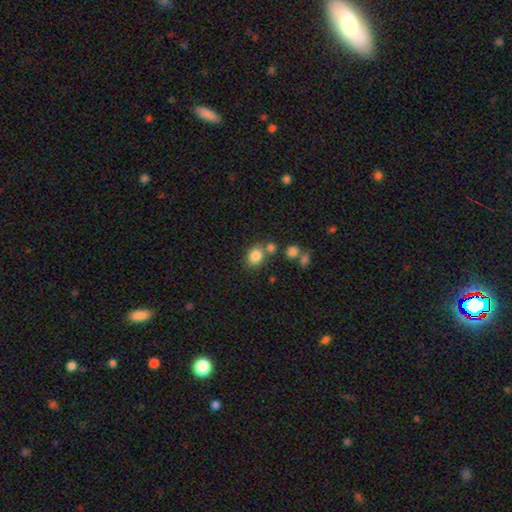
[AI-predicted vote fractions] Smooth or featured?
  - smooth: 83% *
  - star or artifact: 10%
  - featured or disk: 6%
How rounded?
  - round: 51% *
  - in between: 48%
  - cigar-shaped: 1%
Merging?
  - none: 64% *
  - merger: 19%
  - minor disturbance: 12%
  - major disturbance: 5%